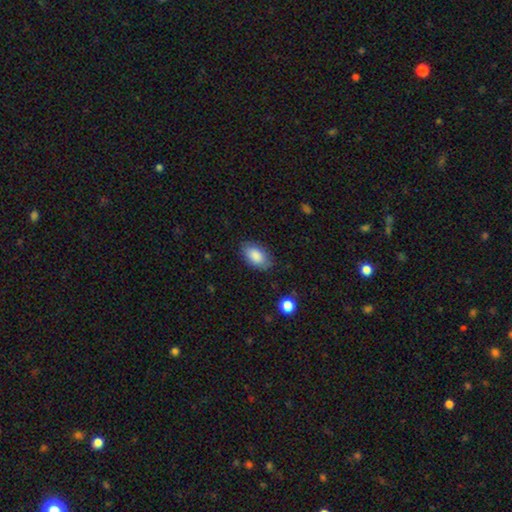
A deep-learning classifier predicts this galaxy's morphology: This is clearly a smooth galaxy (87%). How rounded: clearly in between (93%). Merging: clearly none (81%).